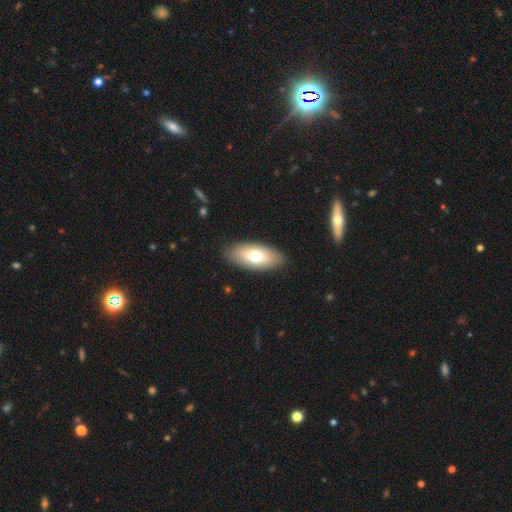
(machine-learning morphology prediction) Smooth or featured? Predicted: smooth (p=0.67). How rounded? Predicted: in between (p=0.87). Merging? Predicted: none (p=0.88).